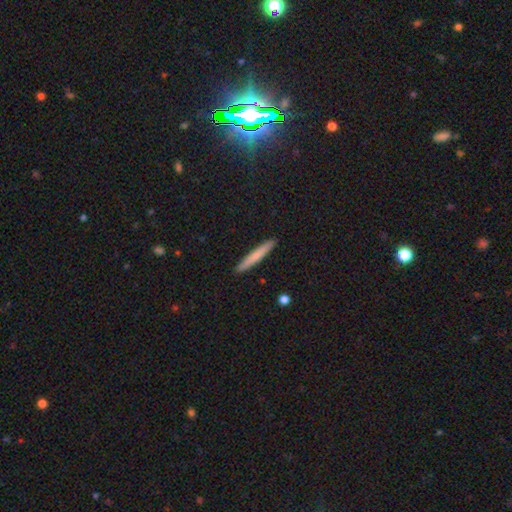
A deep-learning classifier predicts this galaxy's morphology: Smooth or featured? smooth (74%)
How rounded? cigar-shaped (96%)
Merging? none (92%)